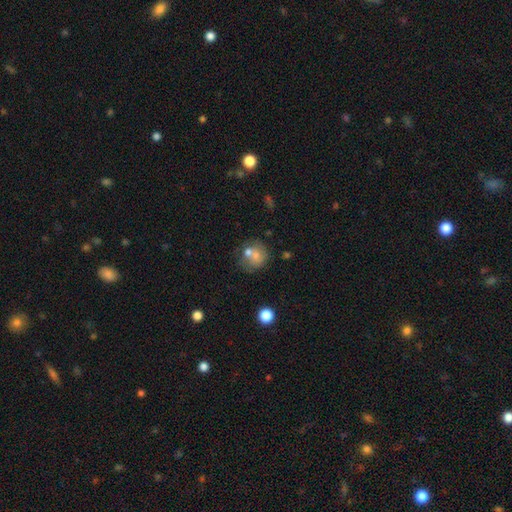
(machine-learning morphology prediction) The model was most divided on "merging": none: 46%, merger: 31%, minor disturbance: 15%, major disturbance: 8%. More confident: how rounded — round (79%); smooth or featured — smooth (59%).